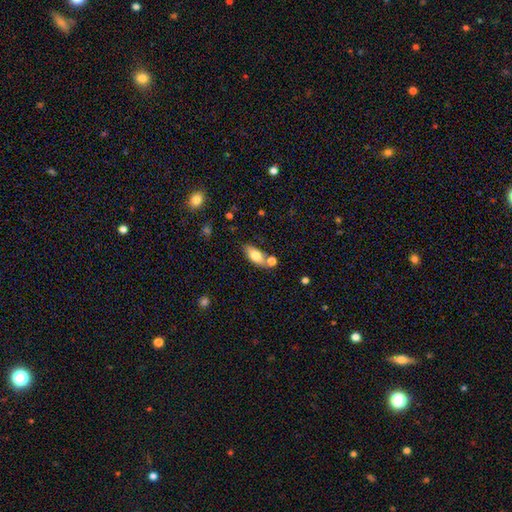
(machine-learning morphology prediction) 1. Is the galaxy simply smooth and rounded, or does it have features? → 75% smooth, 18% featured or disk, 7% star or artifact.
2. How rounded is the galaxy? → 85% in between, 11% cigar-shaped, 4% round.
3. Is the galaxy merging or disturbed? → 64% none, 19% merger, 14% minor disturbance, 3% major disturbance.